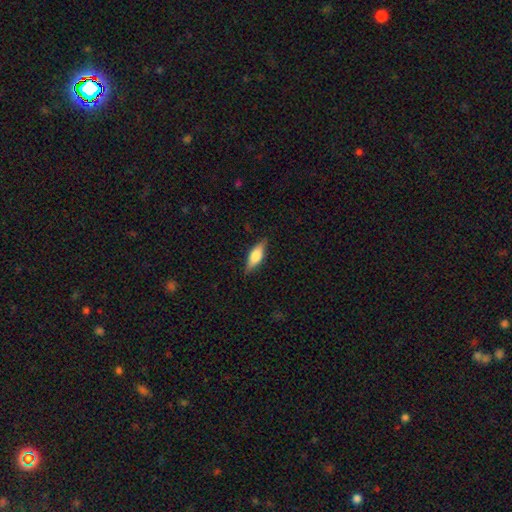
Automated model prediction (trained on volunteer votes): Smooth or featured? smooth (59%)
How rounded? in between (58%)
Merging? none (84%)